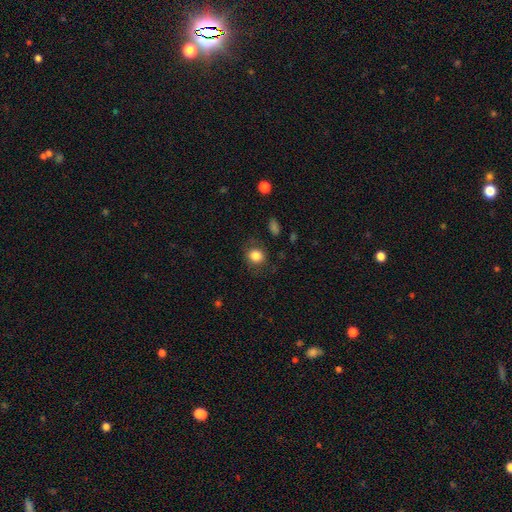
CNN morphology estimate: Smooth or featured: smooth — 83% (star or artifact — 10%)
How rounded: round — 76% (in between — 23%)
Merging: none — 79% (minor disturbance — 14%)